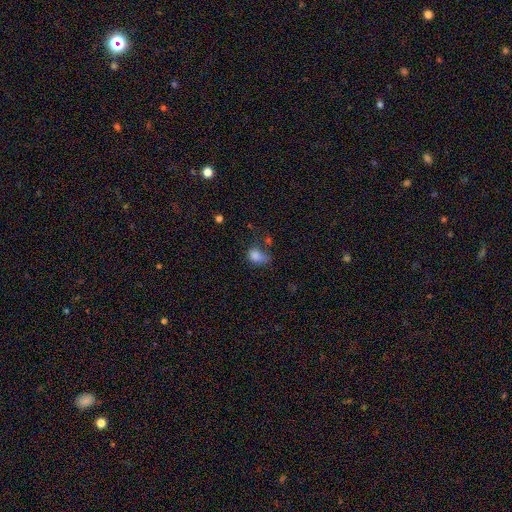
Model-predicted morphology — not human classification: Smooth or featured: smooth — 81% (star or artifact — 11%)
How rounded: in between — 77% (round — 21%)
Merging: none — 33% (tied with minor disturbance — 33%)